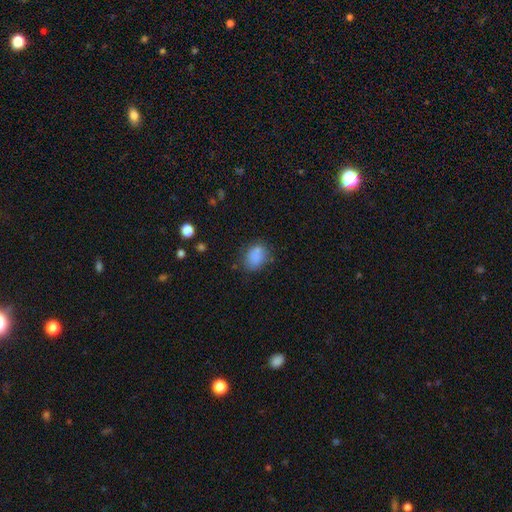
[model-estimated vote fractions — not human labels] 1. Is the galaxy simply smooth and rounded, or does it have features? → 82% smooth, 10% star or artifact, 8% featured or disk.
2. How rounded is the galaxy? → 59% in between, 40% round, 1% cigar-shaped.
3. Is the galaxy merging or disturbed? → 67% none, 19% minor disturbance, 7% merger, 6% major disturbance.